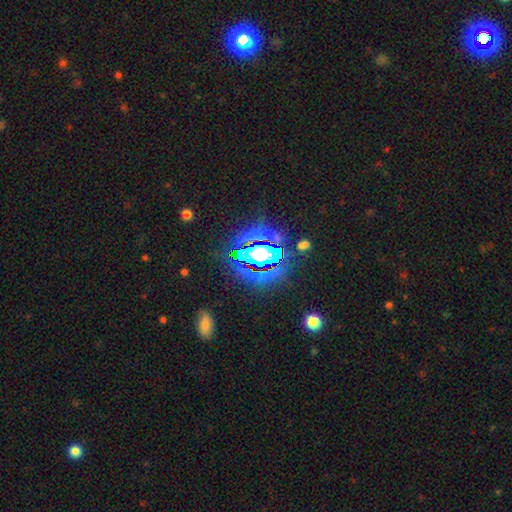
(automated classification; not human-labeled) Smooth or featured: star or artifact — 67% (smooth — 20%)